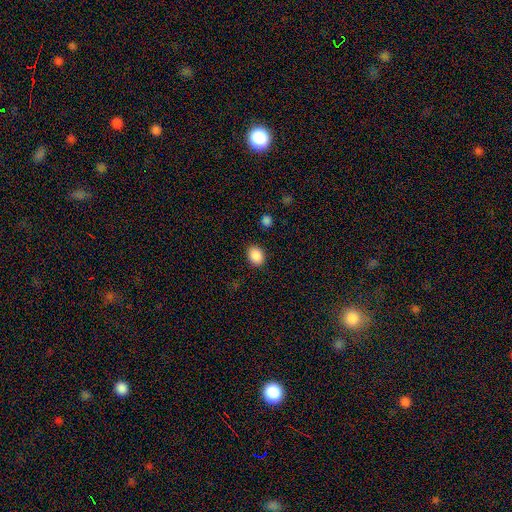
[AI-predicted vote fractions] The model was most divided on "how rounded": in between: 62%, round: 38%, cigar-shaped: 1%. More confident: smooth or featured — smooth (89%); merging — none (88%).